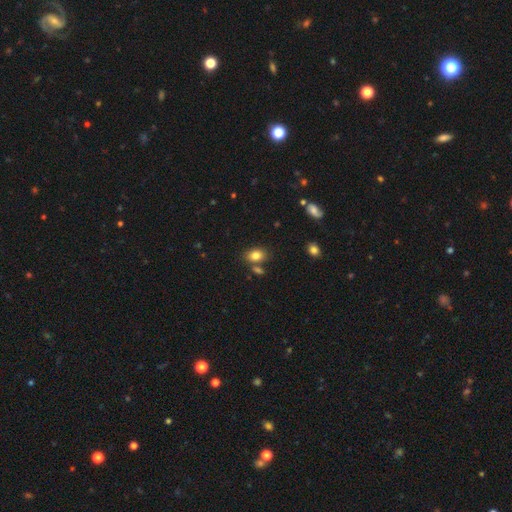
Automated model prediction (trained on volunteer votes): Smooth or featured? smooth (82%)
How rounded? in between (75%)
Merging? none (68%)